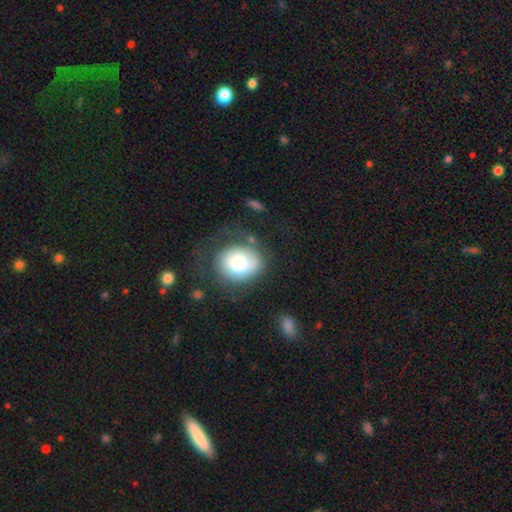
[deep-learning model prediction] Q: Smooth or featured?
A: smooth (59%); runner-up: star or artifact (23%)
Q: How rounded?
A: round (61%); runner-up: in between (37%)
Q: Merging?
A: none (75%); runner-up: minor disturbance (15%)